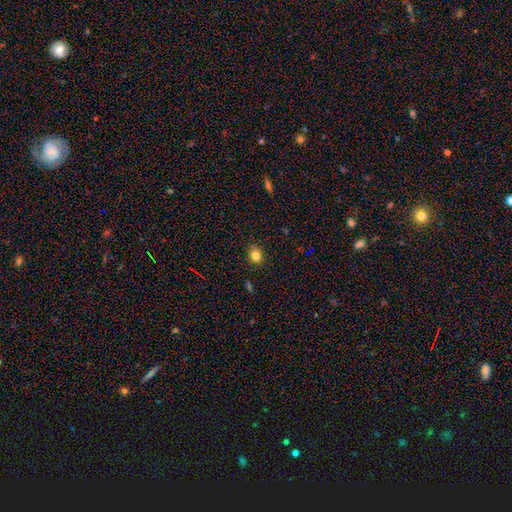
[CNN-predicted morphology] A smooth galaxy with no disk features (80%) that is round (76%). Merging: none (88%).